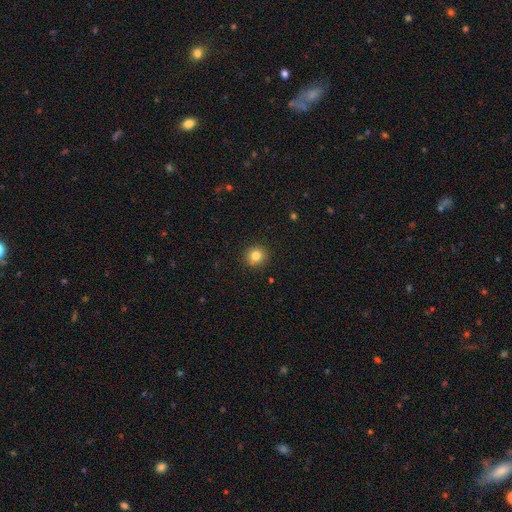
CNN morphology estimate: A smooth galaxy with no disk features (82%) that is round (88%).

Vote fractions:
- Smooth or featured? smooth: 82% / star or artifact: 11% / featured or disk: 7%
- How rounded? round: 88% / in between: 11% / cigar-shaped: 1%
- Merging? none: 91% / minor disturbance: 7% / major disturbance: 2% / merger: 1%